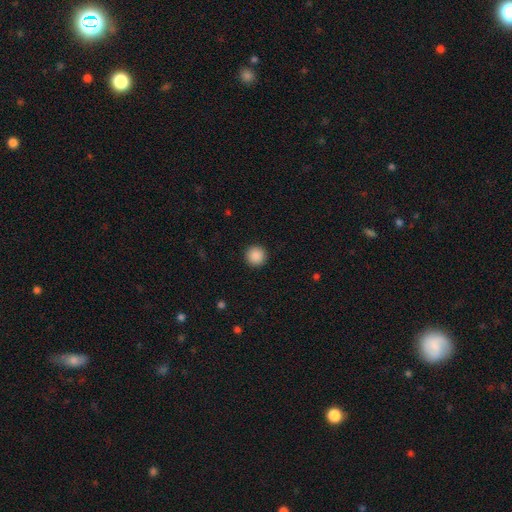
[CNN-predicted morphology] This is clearly a smooth galaxy (89%). How rounded: clearly round (96%). Merging: clearly none (93%).